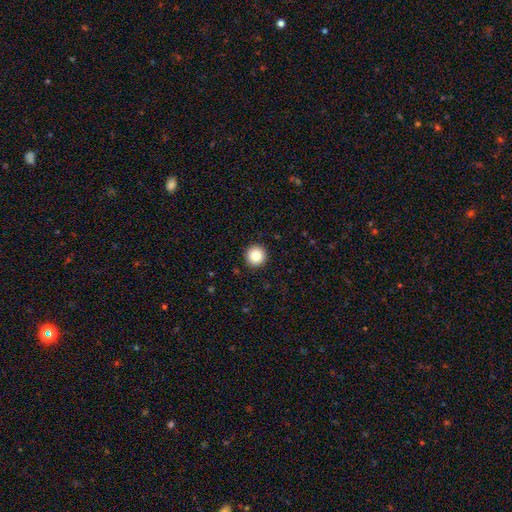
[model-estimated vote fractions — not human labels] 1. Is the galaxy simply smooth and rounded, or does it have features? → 85% smooth, 9% star or artifact, 6% featured or disk.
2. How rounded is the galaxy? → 96% round, 3% in between, 1% cigar-shaped.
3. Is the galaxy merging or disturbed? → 93% none, 4% minor disturbance, 1% major disturbance, 1% merger.